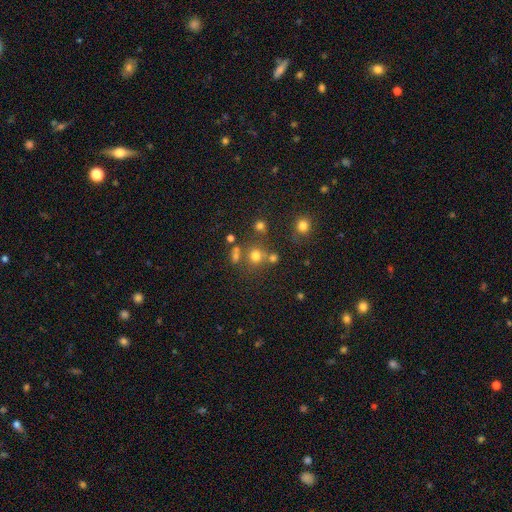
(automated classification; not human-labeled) Q: Smooth or featured?
A: smooth (69%); runner-up: star or artifact (21%)
Q: How rounded?
A: round (85%); runner-up: in between (14%)
Q: Merging?
A: none (63%); runner-up: merger (21%)